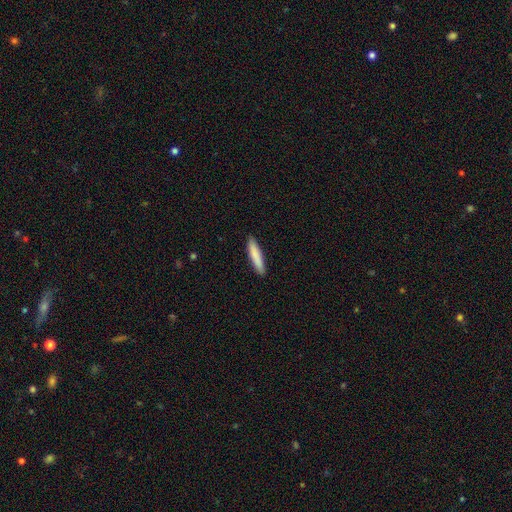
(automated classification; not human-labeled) A smooth galaxy with no disk features (84%) that is cigar-shaped (88%).

Vote fractions:
- Smooth or featured? smooth: 84% / featured or disk: 11% / star or artifact: 5%
- How rounded? cigar-shaped: 88% / in between: 11% / round: 1%
- Merging? none: 90% / minor disturbance: 8% / major disturbance: 1% / merger: 1%